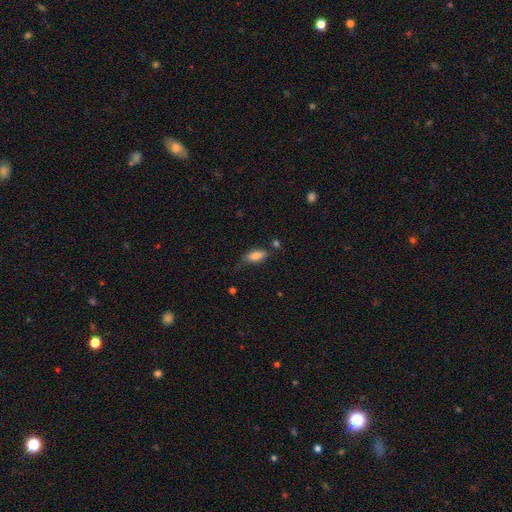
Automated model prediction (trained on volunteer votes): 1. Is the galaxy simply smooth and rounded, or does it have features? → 83% smooth, 9% featured or disk, 8% star or artifact.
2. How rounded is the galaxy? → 84% in between, 13% cigar-shaped, 3% round.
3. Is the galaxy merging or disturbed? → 59% none, 29% minor disturbance, 8% major disturbance, 4% merger.